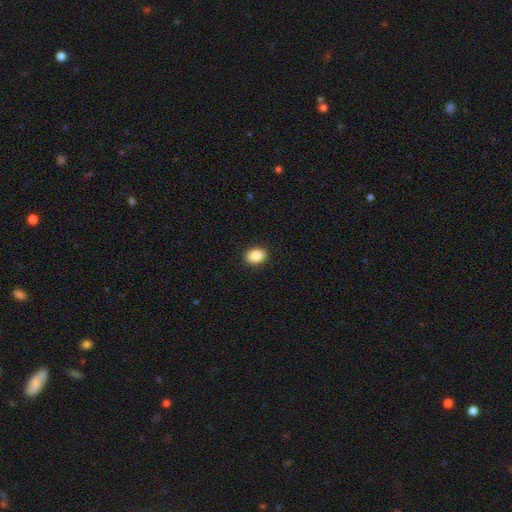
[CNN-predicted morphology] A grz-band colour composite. It shows a smooth galaxy with no disk features (88%) that is in between round and cigar-shaped (71%). Merging: none (91%).